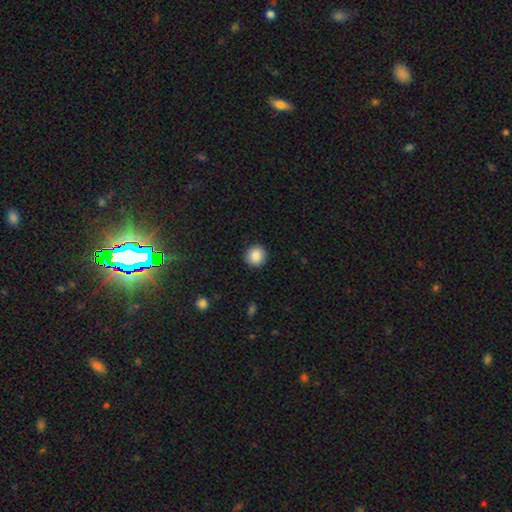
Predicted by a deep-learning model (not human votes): The model was most divided on "smooth or featured": smooth: 87%, star or artifact: 9%, featured or disk: 4%. More confident: how rounded — round (94%); merging — none (92%).